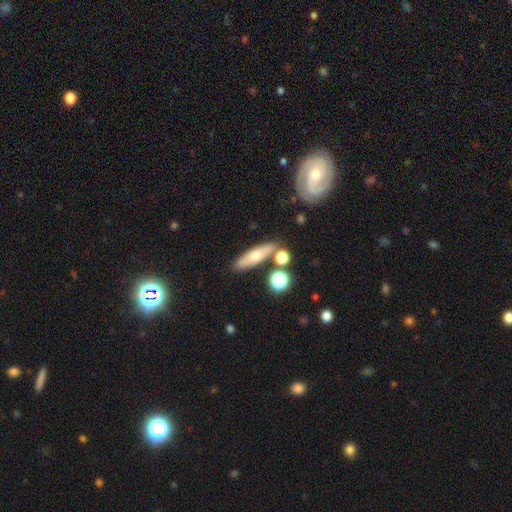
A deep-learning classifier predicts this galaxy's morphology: The model was most divided on "smooth or featured": smooth: 52%, featured or disk: 38%, star or artifact: 10%. More confident: merging — none (76%); how rounded — cigar-shaped (64%).